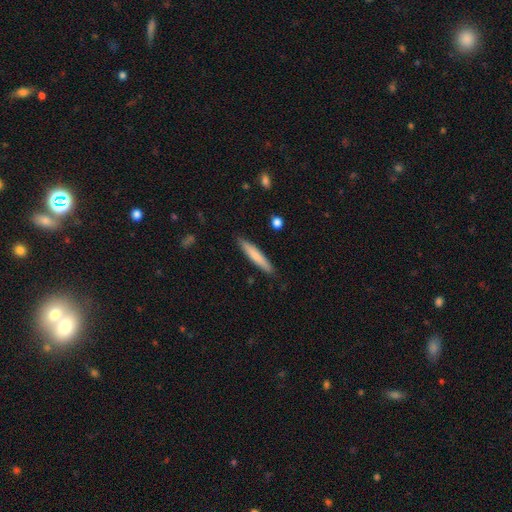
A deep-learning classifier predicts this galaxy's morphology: Smooth or featured? Predicted: smooth (p=0.74). How rounded? Predicted: cigar-shaped (p=0.92). Merging? Predicted: none (p=0.89).